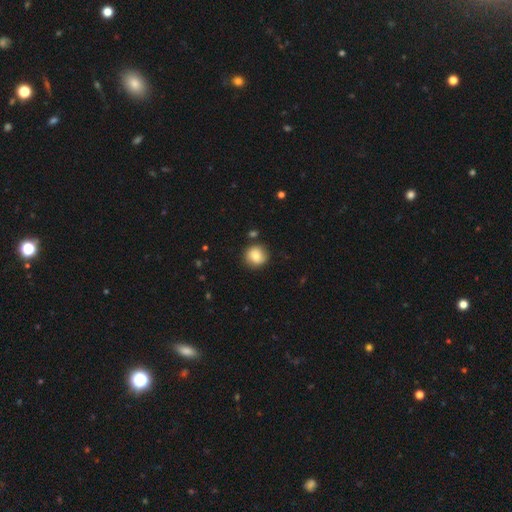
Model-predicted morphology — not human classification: type=smooth (81%); roundness=round (90%); merging=none (83%).